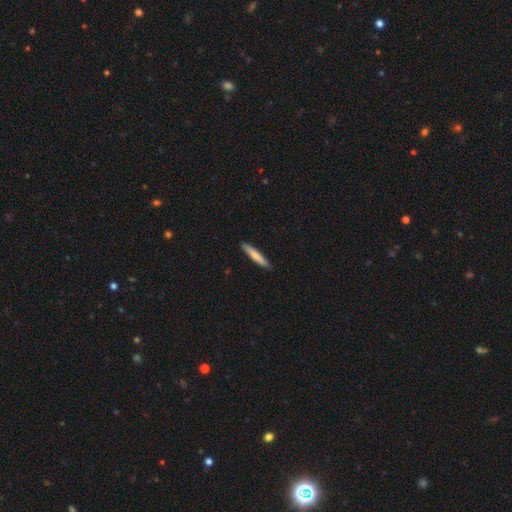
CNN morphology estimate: Overall: smooth (72%). How rounded: cigar-shaped (91%). Merging: none (89%).